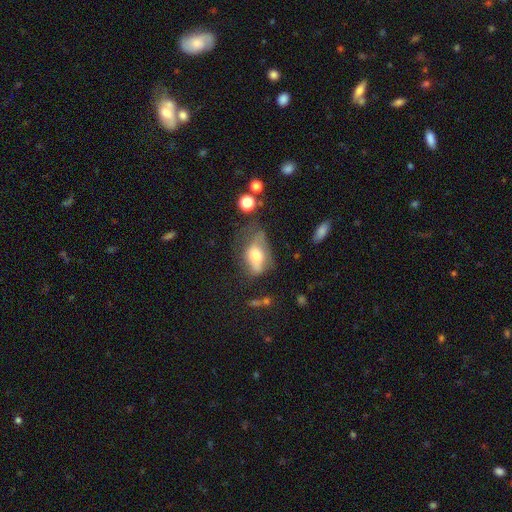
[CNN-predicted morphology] Overall: smooth (55%; featured or disk 34%). How rounded: in between (84%). Merging: major disturbance (33%; none 31%).